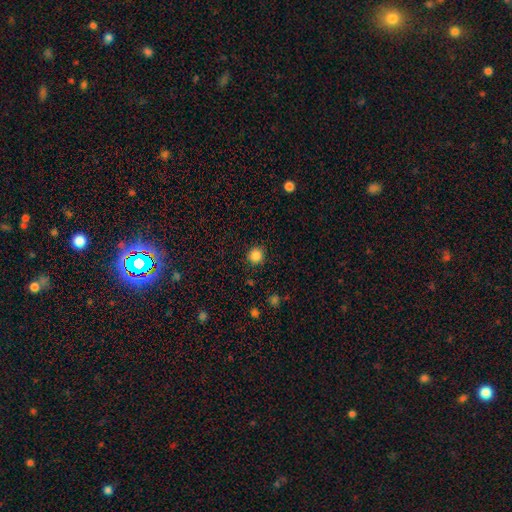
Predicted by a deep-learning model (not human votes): Smooth or featured? Predicted: smooth (p=0.86). How rounded? Predicted: round (p=0.92). Merging? Predicted: none (p=0.90).